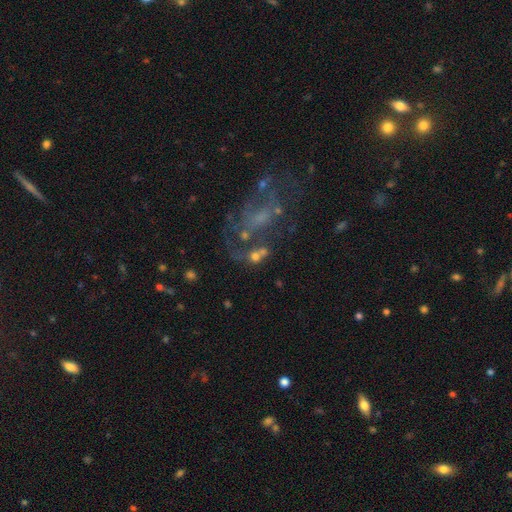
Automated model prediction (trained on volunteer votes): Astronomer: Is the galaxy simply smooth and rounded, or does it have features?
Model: featured or disk — 59%.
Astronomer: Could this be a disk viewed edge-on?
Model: no — 95%.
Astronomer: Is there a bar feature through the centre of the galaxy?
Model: no — 64%.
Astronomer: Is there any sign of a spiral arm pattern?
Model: yes — 51% (runner-up: no, 49%).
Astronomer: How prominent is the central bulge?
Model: none — 41% (runner-up: small, 37%).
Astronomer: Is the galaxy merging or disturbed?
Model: none — 42% (runner-up: major disturbance, 26%).